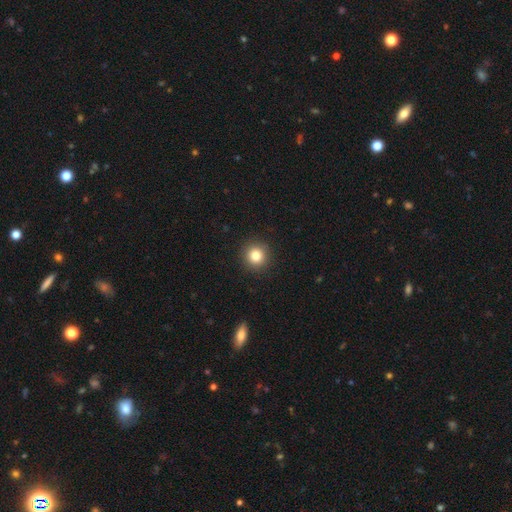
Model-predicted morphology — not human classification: Q: Smooth or featured?
A: smooth (83%); runner-up: star or artifact (11%)
Q: How rounded?
A: round (93%); runner-up: in between (6%)
Q: Merging?
A: none (92%); runner-up: minor disturbance (5%)